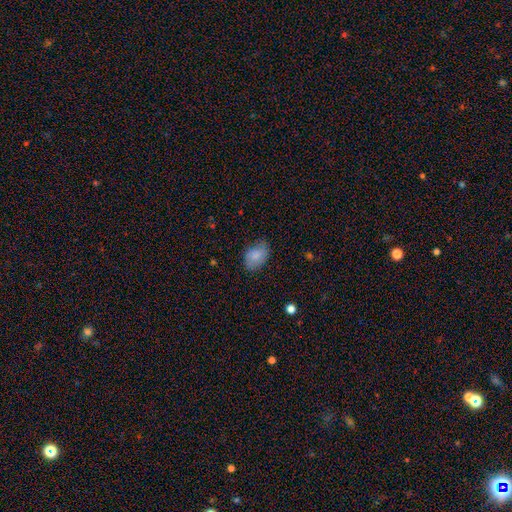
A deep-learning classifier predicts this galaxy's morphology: Smooth or featured? Predicted: smooth (p=0.83). How rounded? Predicted: in between (p=0.86). Merging? Predicted: none (p=0.69).